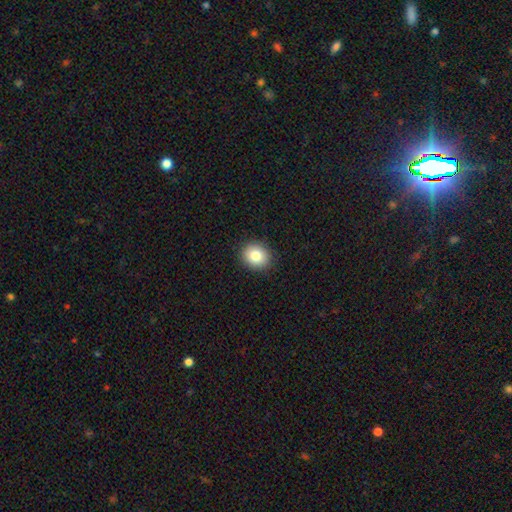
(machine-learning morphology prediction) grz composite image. It shows a smooth galaxy with no disk features (83%) that is round (70%). Merging: none (91%).